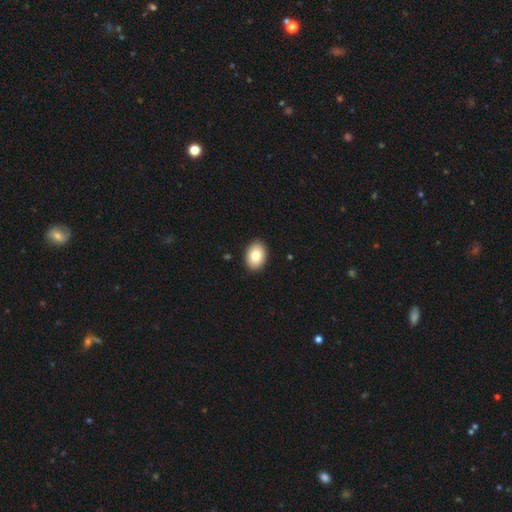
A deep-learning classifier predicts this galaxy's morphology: The model was most divided on "how rounded": in between: 79%, round: 20%, cigar-shaped: 1%. More confident: merging — none (91%); smooth or featured — smooth (82%).